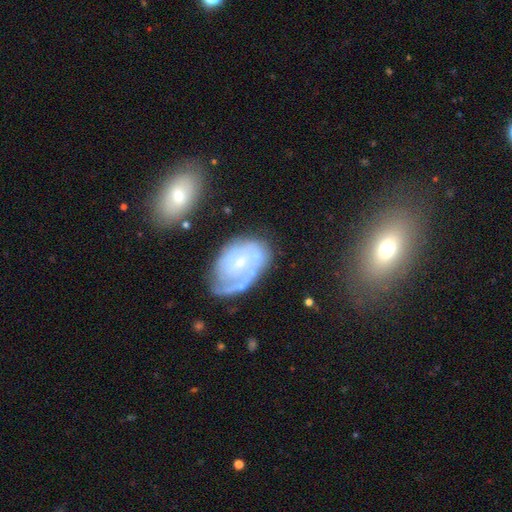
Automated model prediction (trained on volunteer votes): Overall: featured or disk (69%). Edge-on disk: no (97%). Bar: no (51%; weak 39%). Spiral arms: yes (65%; no 35%). Bulge size: small (58%; moderate 28%). Merging: none (50%; minor disturbance 25%).